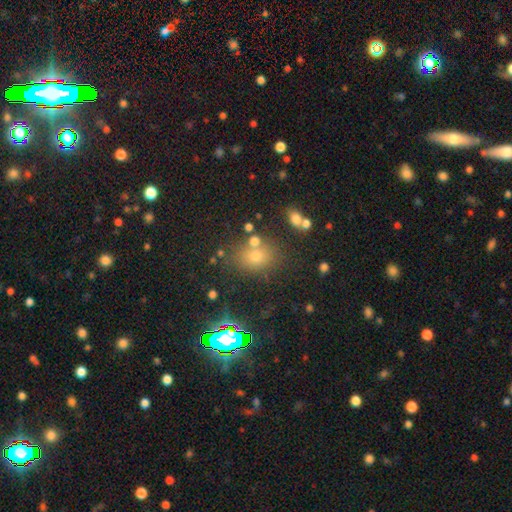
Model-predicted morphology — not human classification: Q: Smooth or featured?
A: smooth (59%); runner-up: star or artifact (29%)
Q: How rounded?
A: round (50%); runner-up: in between (48%)
Q: Merging?
A: none (69%); runner-up: merger (15%)